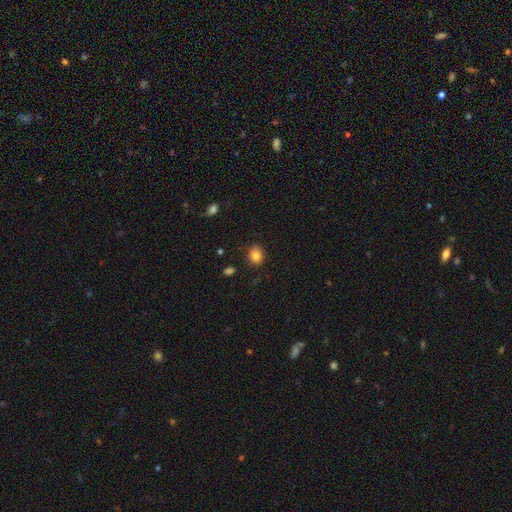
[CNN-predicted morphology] Q: Smooth or featured?
A: smooth (83%); runner-up: star or artifact (11%)
Q: How rounded?
A: round (51%); runner-up: in between (48%)
Q: Merging?
A: none (73%); runner-up: minor disturbance (20%)